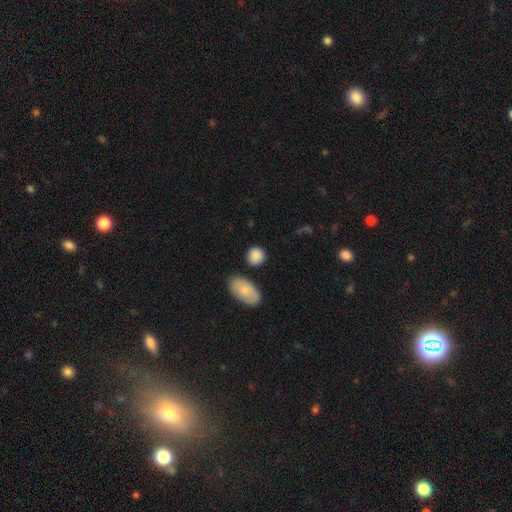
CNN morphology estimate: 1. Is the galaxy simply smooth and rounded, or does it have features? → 88% smooth, 7% star or artifact, 5% featured or disk.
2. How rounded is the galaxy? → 76% round, 22% in between, 2% cigar-shaped.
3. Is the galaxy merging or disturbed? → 82% none, 10% minor disturbance, 5% merger, 3% major disturbance.